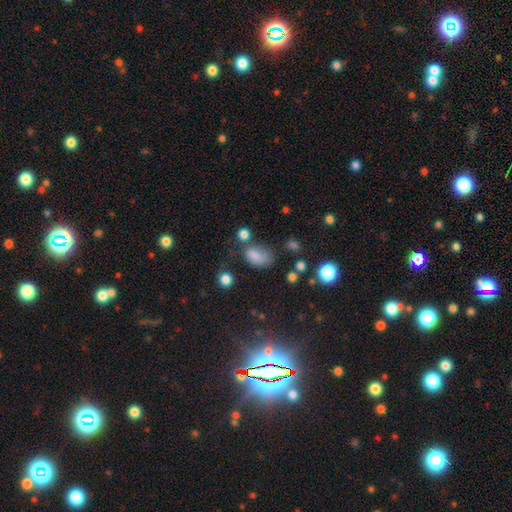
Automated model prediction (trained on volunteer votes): Smooth or featured?
  - smooth: 78% *
  - star or artifact: 14%
  - featured or disk: 8%
How rounded?
  - in between: 81% *
  - round: 17%
  - cigar-shaped: 2%
Merging?
  - none: 43% *
  - minor disturbance: 28%
  - major disturbance: 19%
  - merger: 10%